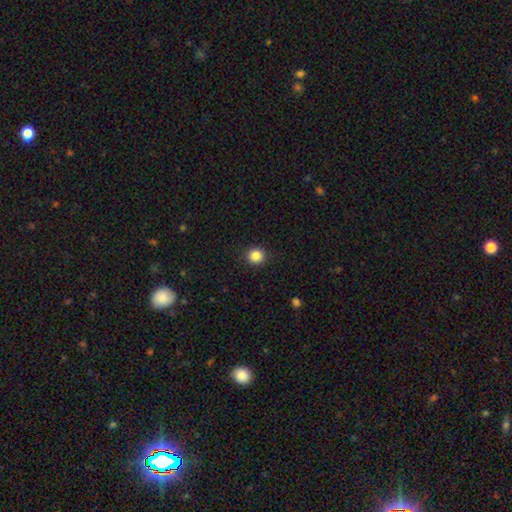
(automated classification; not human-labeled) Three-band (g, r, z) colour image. It shows a smooth galaxy with no disk features (86%) that is round (90%). Merging: none (92%).